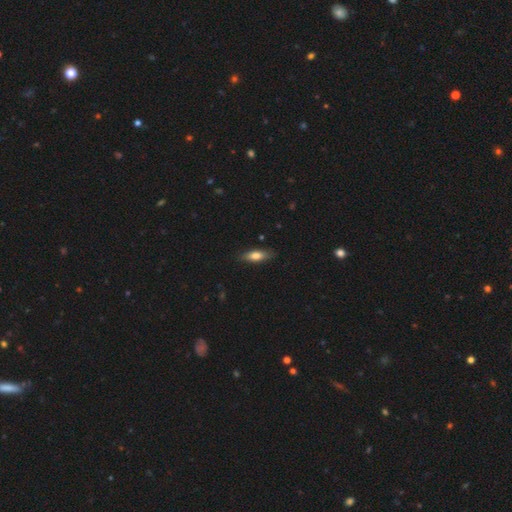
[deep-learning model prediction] Smooth or featured?
  - smooth: 72% *
  - featured or disk: 21%
  - star or artifact: 6%
How rounded?
  - in between: 59% *
  - cigar-shaped: 39%
  - round: 2%
Merging?
  - none: 82% *
  - minor disturbance: 14%
  - major disturbance: 3%
  - merger: 1%